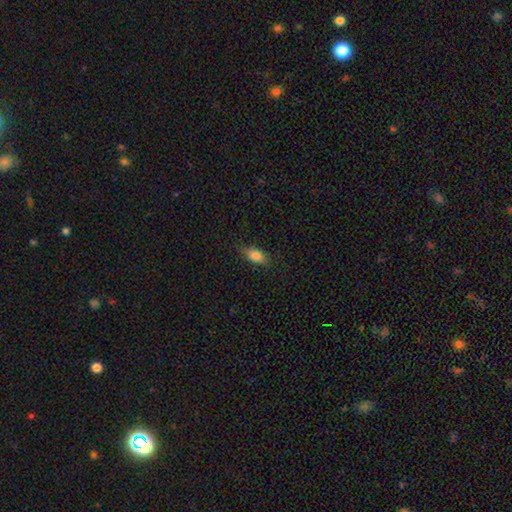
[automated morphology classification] Smooth or featured?
  - smooth: 83% *
  - featured or disk: 9%
  - star or artifact: 9%
How rounded?
  - in between: 86% *
  - cigar-shaped: 9%
  - round: 6%
Merging?
  - none: 78% *
  - minor disturbance: 18%
  - major disturbance: 4%
  - merger: 1%